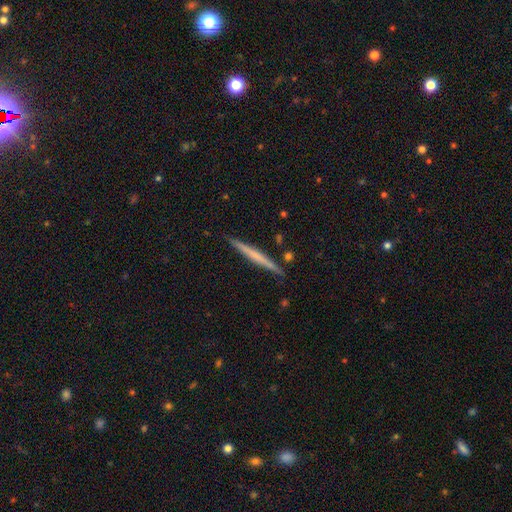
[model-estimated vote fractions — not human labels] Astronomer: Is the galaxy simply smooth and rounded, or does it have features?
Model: smooth — 48% (runner-up: featured or disk, 47%).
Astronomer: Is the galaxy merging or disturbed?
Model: none — 89%.